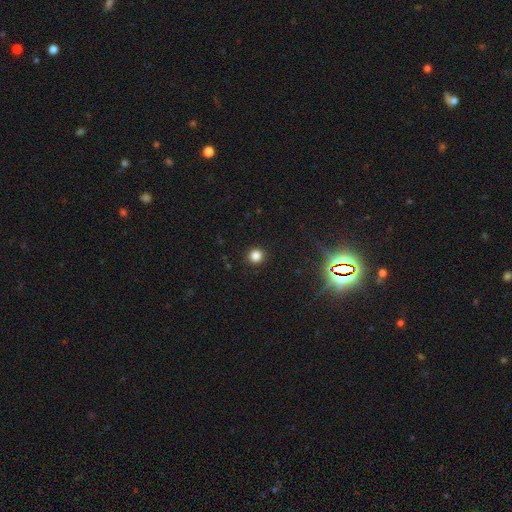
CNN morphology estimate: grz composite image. It shows a smooth galaxy with no disk features (82%) that is round (93%). Merging: none (92%).